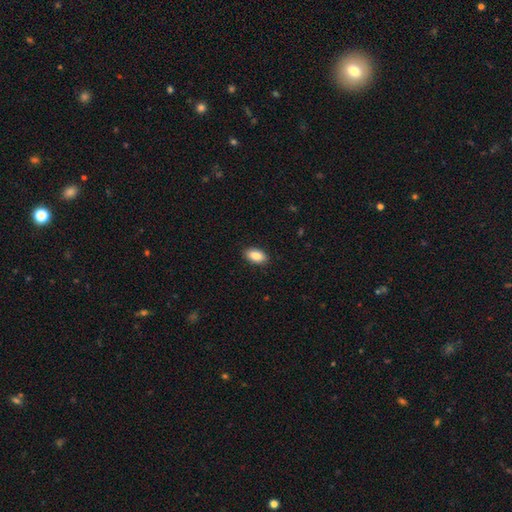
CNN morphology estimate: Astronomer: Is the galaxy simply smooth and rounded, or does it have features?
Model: smooth — 88%.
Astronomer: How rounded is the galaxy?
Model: in between — 93%.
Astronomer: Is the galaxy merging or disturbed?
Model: none — 90%.